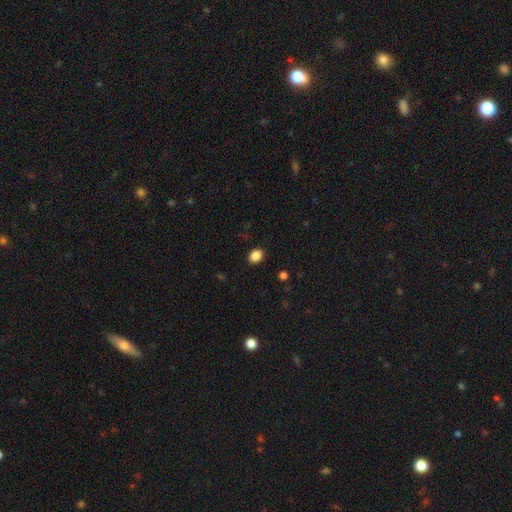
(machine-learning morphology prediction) smooth 87%, star or artifact 9%, featured or disk 4%. Down the decision tree: how rounded — in between (63%); merging — none (89%).